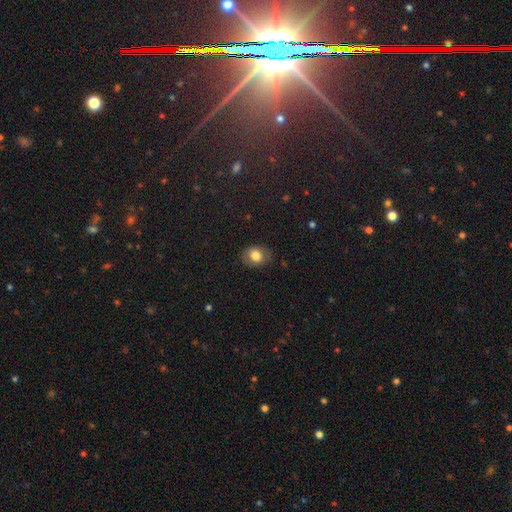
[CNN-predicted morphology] Smooth or featured? Predicted: smooth (p=0.76). How rounded? Predicted: in between (p=0.58). Merging? Predicted: none (p=0.79).